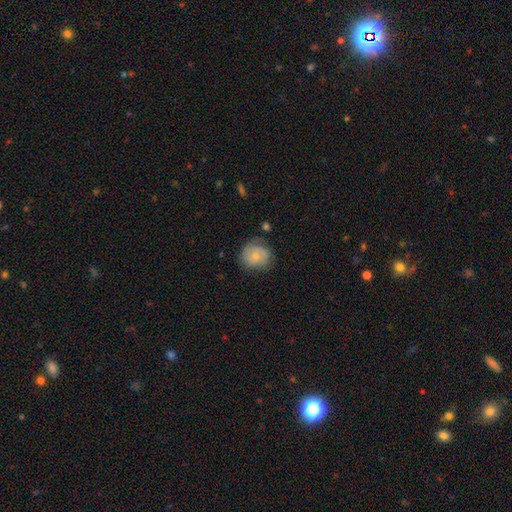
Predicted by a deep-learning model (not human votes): smooth-or-featured: smooth: 67% | featured or disk: 26% | star or artifact: 8%
  how-rounded: round: 79% | in between: 20% | cigar-shaped: 1%
  merging: none: 65% | minor disturbance: 25% | major disturbance: 8% | merger: 2%